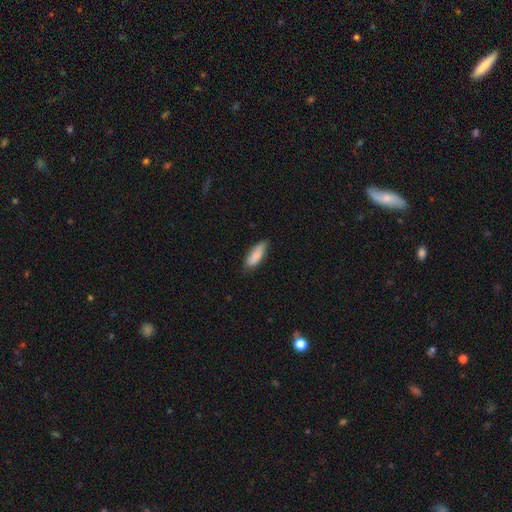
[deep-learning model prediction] Smooth or featured? Predicted: smooth (p=0.86). How rounded? Predicted: in between (p=0.67). Merging? Predicted: none (p=0.72).